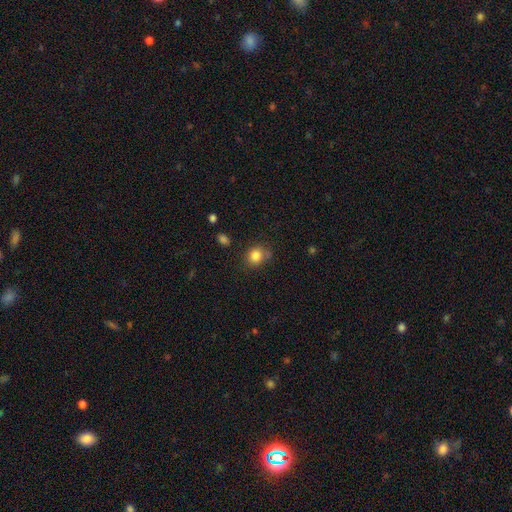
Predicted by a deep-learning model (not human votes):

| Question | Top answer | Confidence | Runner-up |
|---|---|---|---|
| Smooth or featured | smooth | 84% | star or artifact (11%) |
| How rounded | round | 74% | in between (25%) |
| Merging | none | 70% | minor disturbance (19%) |